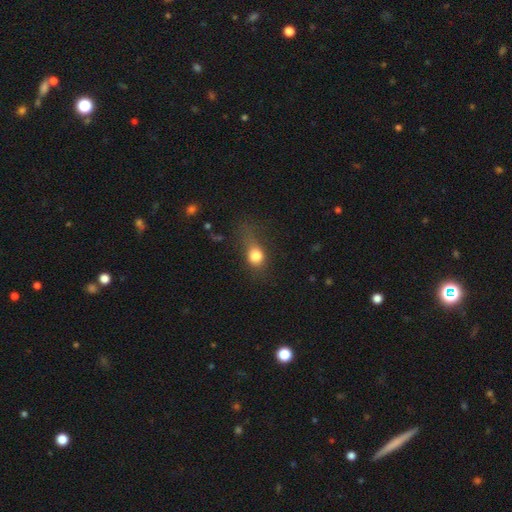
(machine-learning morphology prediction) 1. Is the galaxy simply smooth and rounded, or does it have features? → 78% smooth, 11% star or artifact, 11% featured or disk.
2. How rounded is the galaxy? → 50% round, 47% in between, 3% cigar-shaped.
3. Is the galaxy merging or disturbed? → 35% none, 33% major disturbance, 28% minor disturbance, 4% merger.